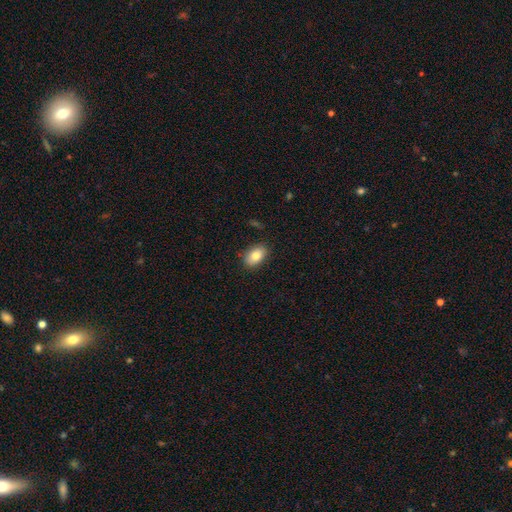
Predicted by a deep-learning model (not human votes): This is clearly a smooth galaxy (82%). How rounded: clearly in between (89%). Merging: clearly none (86%).